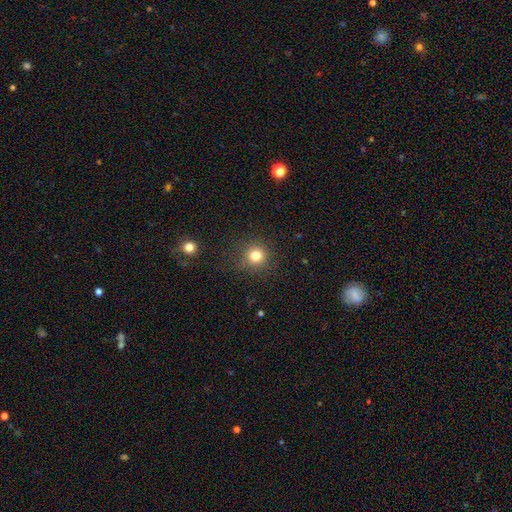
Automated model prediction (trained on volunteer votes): This is likely a smooth galaxy (80%). How rounded: clearly round (94%). Merging: clearly none (87%).